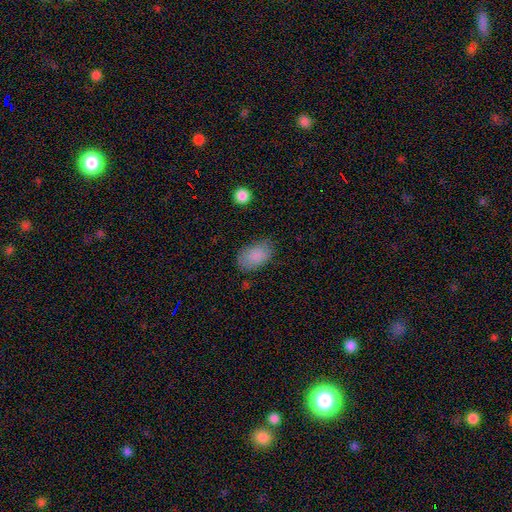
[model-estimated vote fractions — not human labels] smooth-or-featured: smooth: 86% | star or artifact: 7% | featured or disk: 6%
  how-rounded: in between: 92% | round: 7% | cigar-shaped: 1%
  merging: none: 75% | minor disturbance: 19% | major disturbance: 5% | merger: 2%